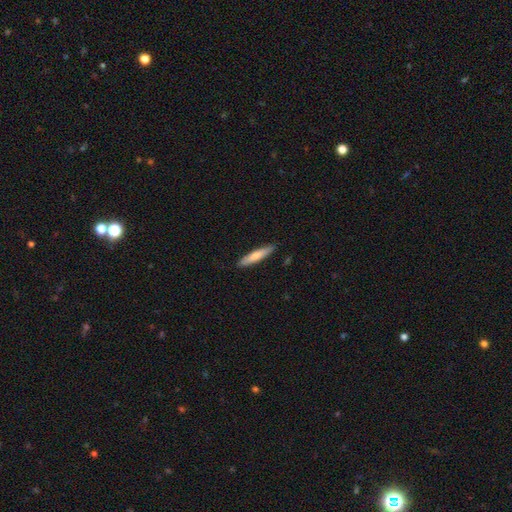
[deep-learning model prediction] A smooth galaxy with no disk features (71%) that is cigar-shaped (87%).

Vote fractions:
- Smooth or featured? smooth: 71% / featured or disk: 24% / star or artifact: 5%
- How rounded? cigar-shaped: 87% / in between: 12% / round: 1%
- Merging? none: 89% / minor disturbance: 9% / major disturbance: 2% / merger: 1%